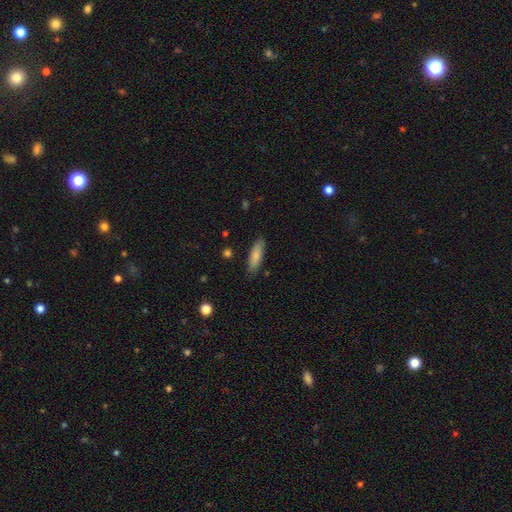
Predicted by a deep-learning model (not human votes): Overall: smooth (83%). How rounded: cigar-shaped (53%; in between 46%). Merging: none (84%).